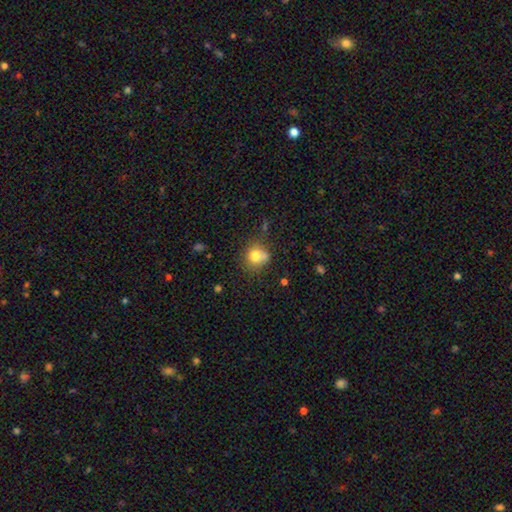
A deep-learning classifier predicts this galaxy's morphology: Smooth or featured: smooth — 76% (star or artifact — 12%)
How rounded: round — 85% (in between — 14%)
Merging: none — 61% (minor disturbance — 18%)